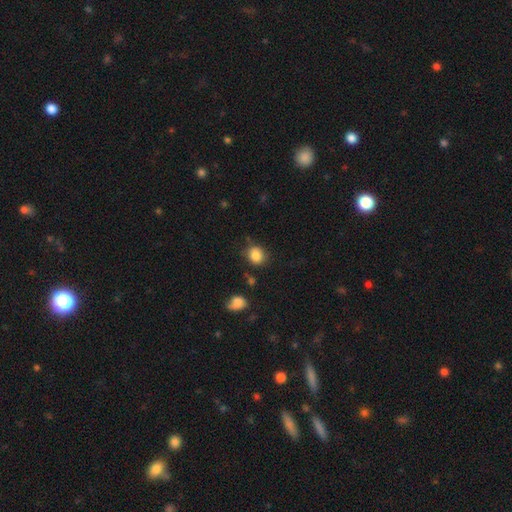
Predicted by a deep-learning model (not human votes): The model was most divided on "how rounded": round: 74%, in between: 25%, cigar-shaped: 1%. More confident: smooth or featured — smooth (85%); merging — none (73%).